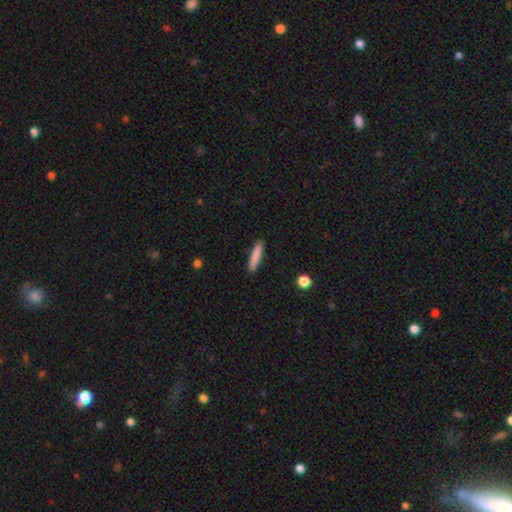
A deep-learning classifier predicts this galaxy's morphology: Smooth or featured? Predicted: smooth (p=0.83). How rounded? Predicted: cigar-shaped (p=0.89). Merging? Predicted: none (p=0.89).